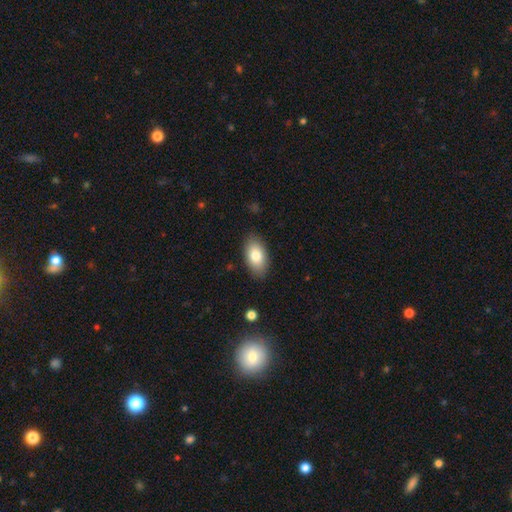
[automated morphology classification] A smooth galaxy with no disk features (80%) that is in between round and cigar-shaped (93%).

Vote fractions:
- Smooth or featured? smooth: 80% / featured or disk: 13% / star or artifact: 7%
- How rounded? in between: 93% / round: 4% / cigar-shaped: 3%
- Merging? none: 86% / minor disturbance: 10% / major disturbance: 2% / merger: 1%